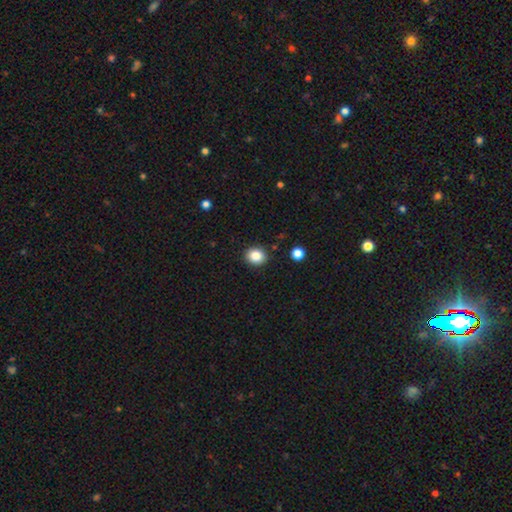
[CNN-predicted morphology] Overall: smooth (85%). How rounded: round (75%). Merging: none (90%).